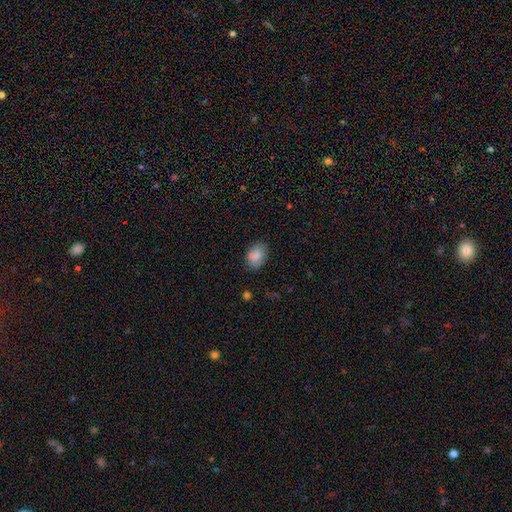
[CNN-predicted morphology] The model was most divided on "merging": none: 81%, minor disturbance: 15%, major disturbance: 3%, merger: 1%. More confident: smooth or featured — smooth (85%); how rounded — in between (83%).